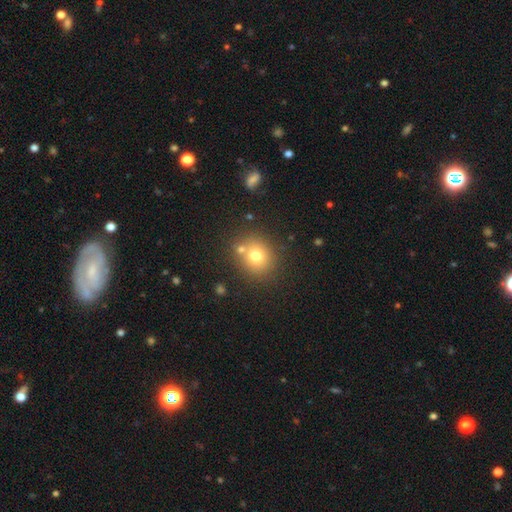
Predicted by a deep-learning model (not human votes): Smooth or featured: smooth — 74% (star or artifact — 14%)
How rounded: round — 79% (in between — 20%)
Merging: none — 72% (merger — 14%)